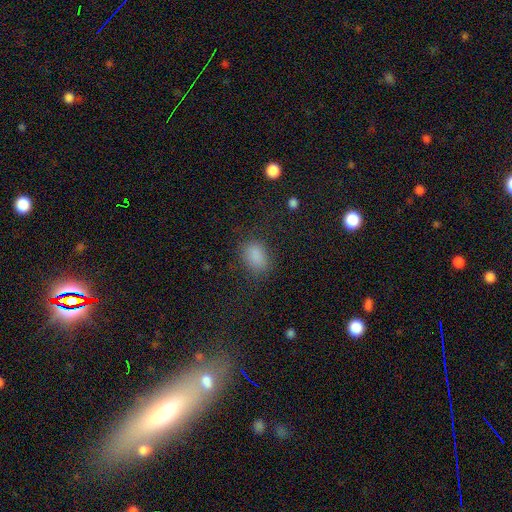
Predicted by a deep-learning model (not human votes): smooth-or-featured: smooth: 84% | star or artifact: 11% | featured or disk: 5%
  how-rounded: in between: 80% | round: 18% | cigar-shaped: 2%
  merging: none: 77% | minor disturbance: 15% | major disturbance: 7% | merger: 2%